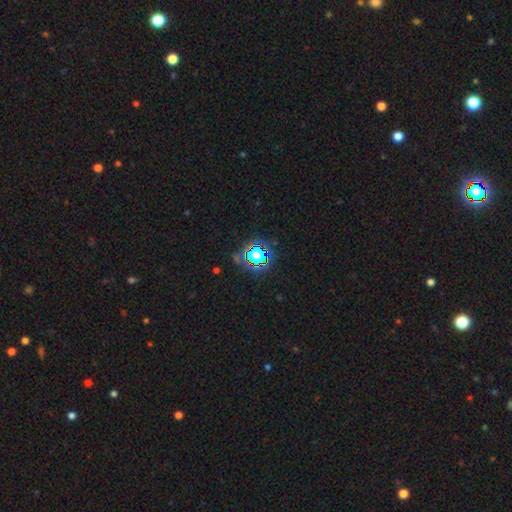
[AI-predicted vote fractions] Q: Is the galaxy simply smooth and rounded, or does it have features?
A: star or artifact — 76%.